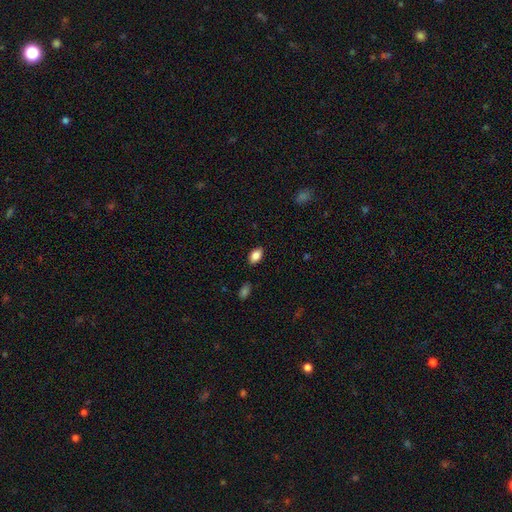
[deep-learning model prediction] Smooth or featured? Predicted: smooth (p=0.86). How rounded? Predicted: in between (p=0.88). Merging? Predicted: none (p=0.86).